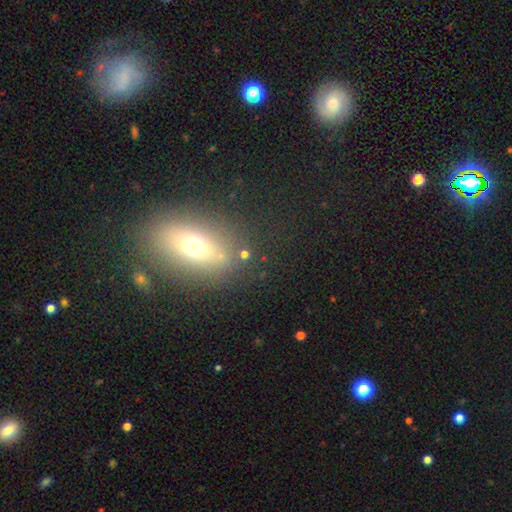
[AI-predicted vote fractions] Morphology: type=smooth (48%); merging=none (77%).